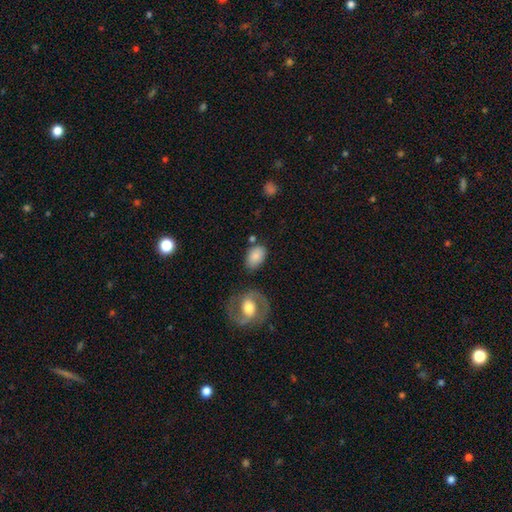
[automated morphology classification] Smooth or featured: smooth — 78% (featured or disk — 15%)
How rounded: in between — 86% (round — 12%)
Merging: none — 73% (minor disturbance — 15%)